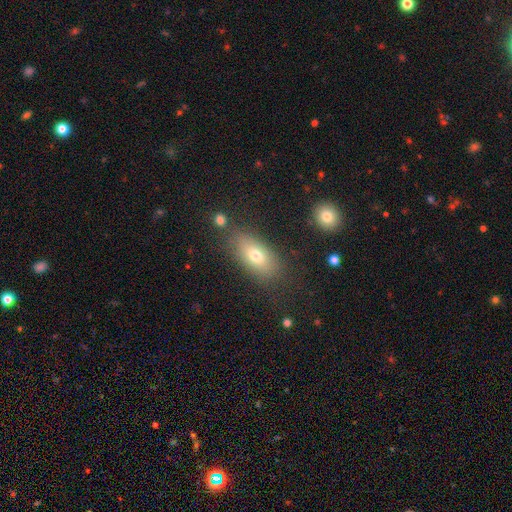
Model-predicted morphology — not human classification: Smooth or featured? Predicted: smooth (p=0.70). How rounded? Predicted: in between (p=0.85). Merging? Predicted: none (p=0.78).